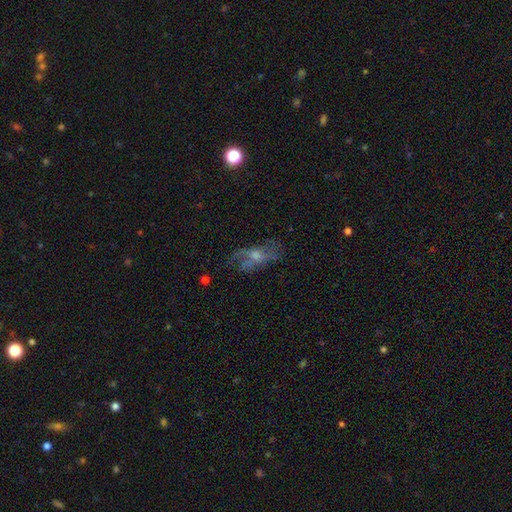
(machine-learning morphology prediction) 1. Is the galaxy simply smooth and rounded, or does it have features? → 62% featured or disk, 24% smooth, 14% star or artifact.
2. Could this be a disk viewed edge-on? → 88% no, 12% yes.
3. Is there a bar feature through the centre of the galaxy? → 70% no, 25% weak, 5% strong.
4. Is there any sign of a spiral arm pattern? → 68% yes, 32% no.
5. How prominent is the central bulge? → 46% moderate, 42% small, 6% none, 4% large, 1% dominant.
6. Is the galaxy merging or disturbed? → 56% none, 21% minor disturbance, 20% major disturbance, 2% merger.